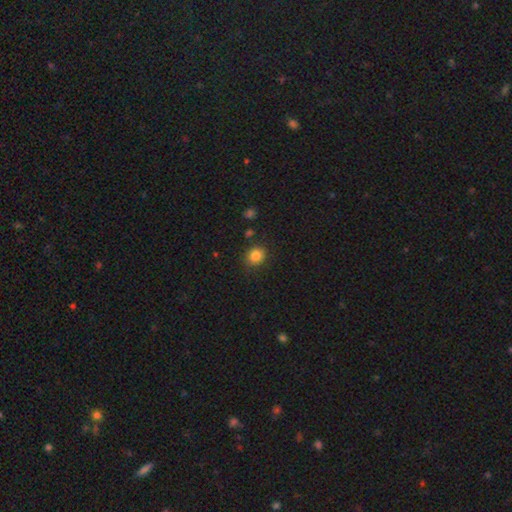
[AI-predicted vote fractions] smooth-or-featured: smooth: 83% | star or artifact: 11% | featured or disk: 5%
  how-rounded: round: 79% | in between: 20% | cigar-shaped: 1%
  merging: none: 84% | minor disturbance: 10% | major disturbance: 3% | merger: 3%